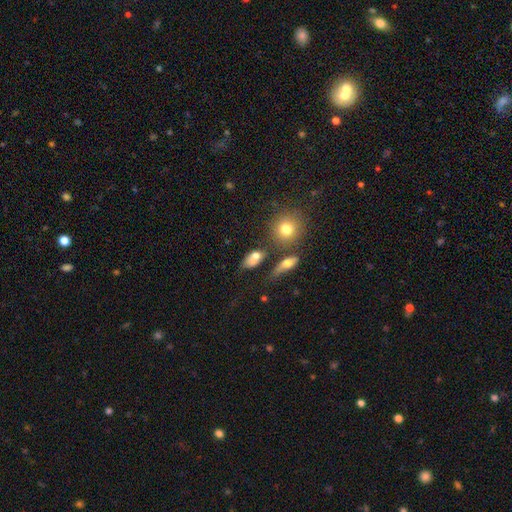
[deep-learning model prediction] Morphology: type=smooth (72%); roundness=in between (78%); merging=none (52%).